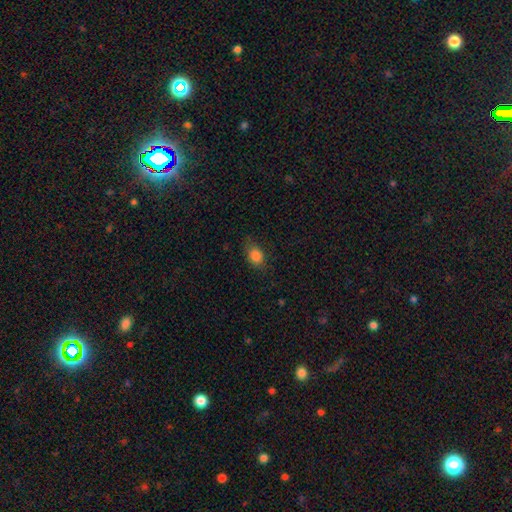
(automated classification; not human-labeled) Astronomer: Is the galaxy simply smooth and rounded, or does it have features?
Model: smooth — 85%.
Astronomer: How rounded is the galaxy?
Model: in between — 73%.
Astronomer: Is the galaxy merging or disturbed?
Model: none — 71%.